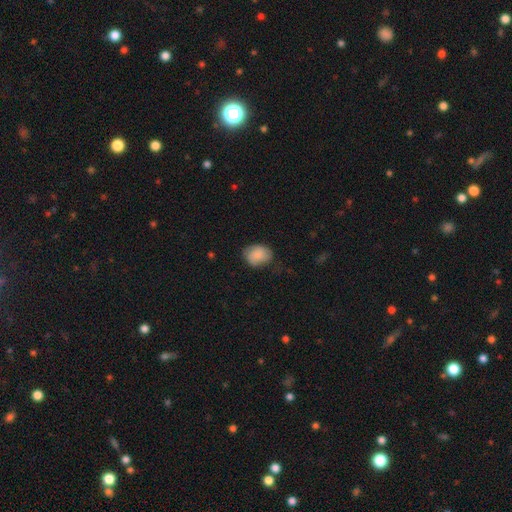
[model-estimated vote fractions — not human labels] A smooth galaxy with no disk features (81%) that is in between round and cigar-shaped (57%).

Vote fractions:
- Smooth or featured? smooth: 81% / featured or disk: 12% / star or artifact: 7%
- How rounded? in between: 57% / round: 42% / cigar-shaped: 1%
- Merging? none: 65% / minor disturbance: 26% / major disturbance: 7% / merger: 1%